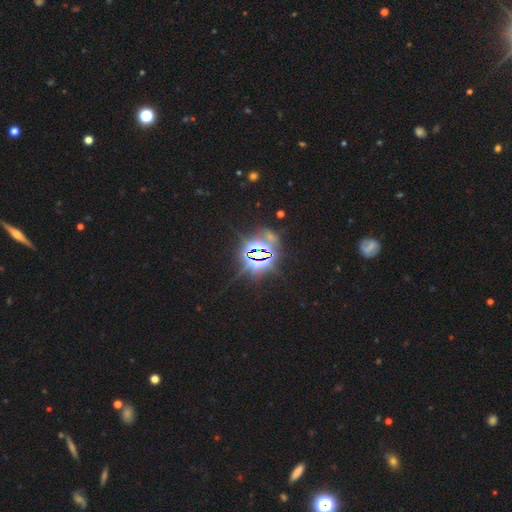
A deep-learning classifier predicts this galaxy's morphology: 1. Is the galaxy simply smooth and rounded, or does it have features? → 84% star or artifact, 8% smooth, 7% featured or disk.